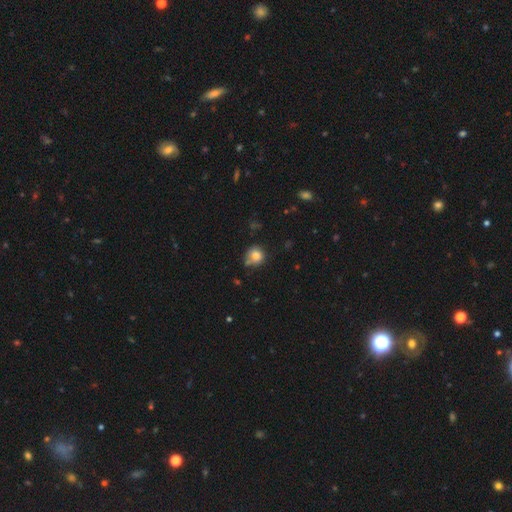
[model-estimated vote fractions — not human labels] This is likely a smooth galaxy (79%). How rounded: clearly round (86%). Merging: likely none (62%).